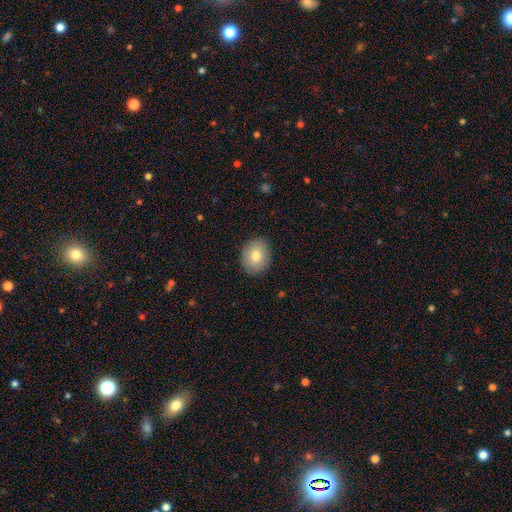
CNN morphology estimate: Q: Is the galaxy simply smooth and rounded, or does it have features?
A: smooth — 79%.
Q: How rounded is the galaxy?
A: round — 54%.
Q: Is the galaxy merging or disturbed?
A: none — 88%.